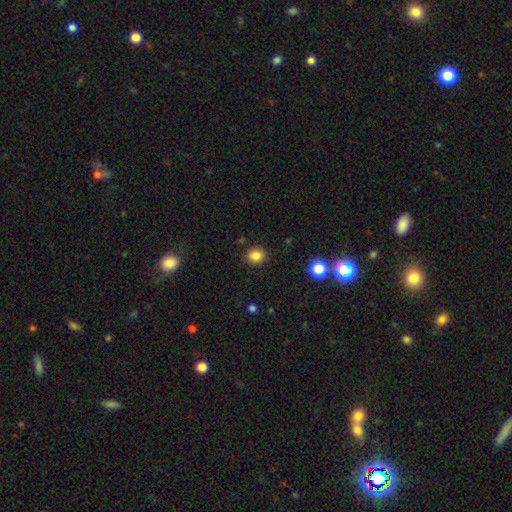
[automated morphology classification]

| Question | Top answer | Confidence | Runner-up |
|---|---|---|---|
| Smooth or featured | smooth | 84% | star or artifact (11%) |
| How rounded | round | 76% | in between (24%) |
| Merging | none | 89% | minor disturbance (7%) |